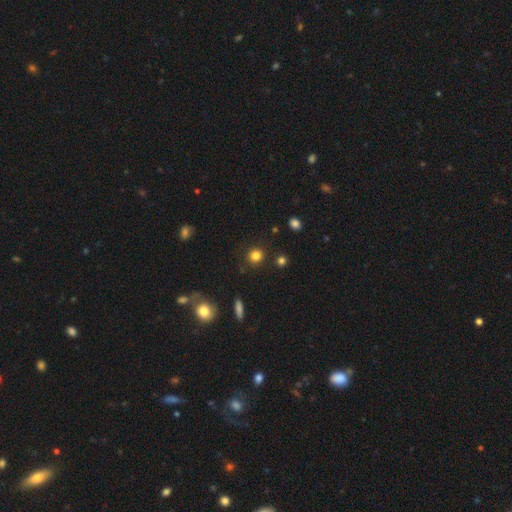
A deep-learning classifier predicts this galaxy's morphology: Smooth or featured? Predicted: smooth (p=0.81). How rounded? Predicted: round (p=0.91). Merging? Predicted: none (p=0.89).